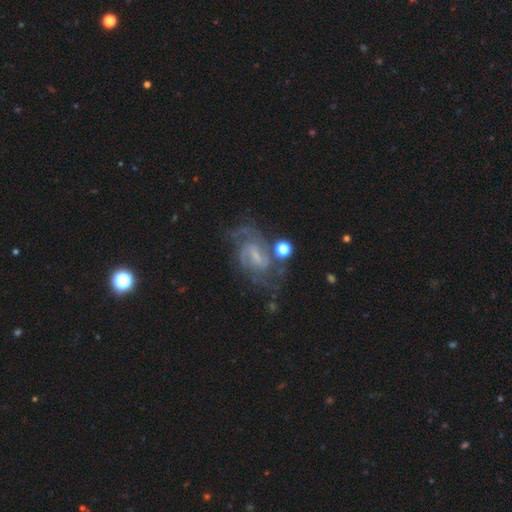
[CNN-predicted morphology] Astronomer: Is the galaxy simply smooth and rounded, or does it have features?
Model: featured or disk — 82%.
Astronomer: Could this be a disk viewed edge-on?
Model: no — 97%.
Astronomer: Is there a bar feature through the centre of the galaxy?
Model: weak — 54%.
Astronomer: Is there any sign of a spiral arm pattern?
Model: yes — 93%.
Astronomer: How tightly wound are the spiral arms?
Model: medium — 47% (runner-up: tight, 39%).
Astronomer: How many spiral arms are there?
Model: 2 — 44% (runner-up: can't tell, 26%).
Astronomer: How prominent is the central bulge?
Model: small — 58%.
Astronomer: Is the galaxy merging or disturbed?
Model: none — 58%.